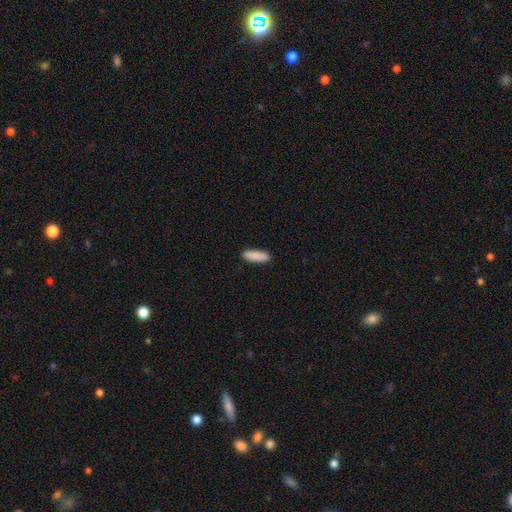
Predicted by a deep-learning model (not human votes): smooth_or_featured: smooth (p=0.90) [alt: star or artifact p=0.06]
how_rounded: cigar-shaped (p=0.50) [alt: in between p=0.48]
merging: none (p=0.89) [alt: minor disturbance p=0.08]